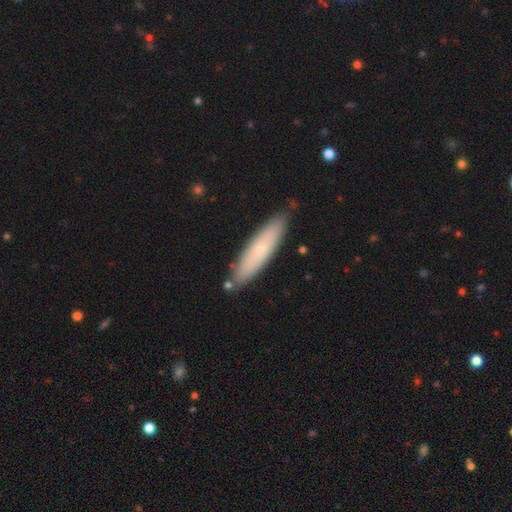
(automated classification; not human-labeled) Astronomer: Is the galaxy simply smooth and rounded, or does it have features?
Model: smooth — 62%.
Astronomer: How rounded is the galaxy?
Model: cigar-shaped — 78%.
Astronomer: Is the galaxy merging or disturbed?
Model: none — 83%.